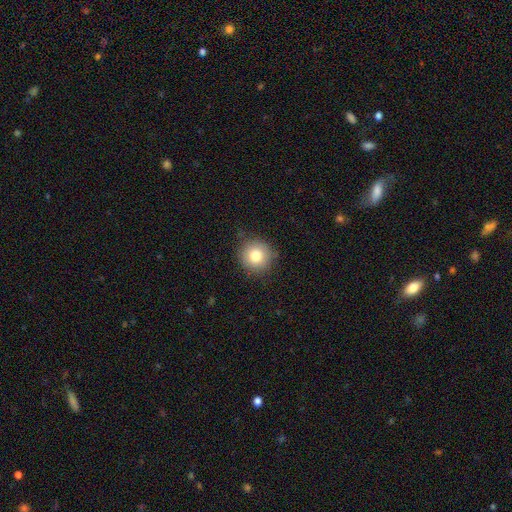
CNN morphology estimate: Smooth or featured?
  - smooth: 80% *
  - featured or disk: 10%
  - star or artifact: 10%
How rounded?
  - round: 93% *
  - in between: 6%
  - cigar-shaped: 1%
Merging?
  - none: 84% *
  - minor disturbance: 12%
  - major disturbance: 3%
  - merger: 1%